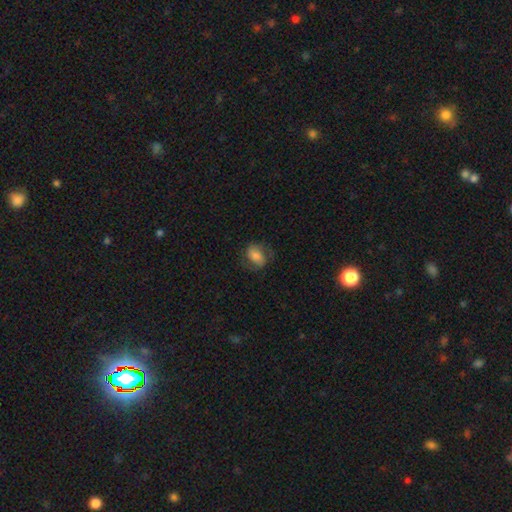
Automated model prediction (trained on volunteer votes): Overall: smooth (58%; featured or disk 33%). How rounded: in between (72%). Merging: none (68%).